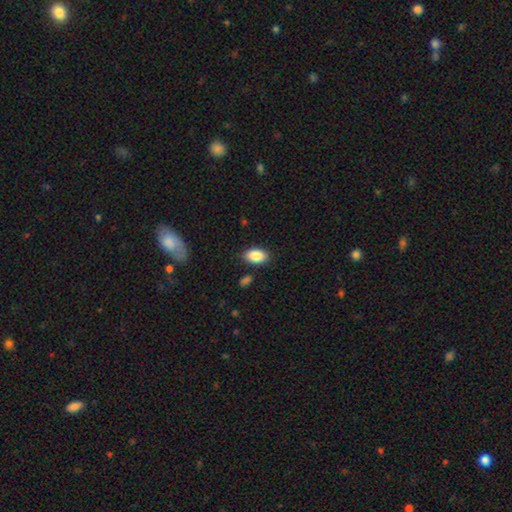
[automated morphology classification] A smooth galaxy with no disk features (88%) that is in between round and cigar-shaped (91%). Merging: none (84%).